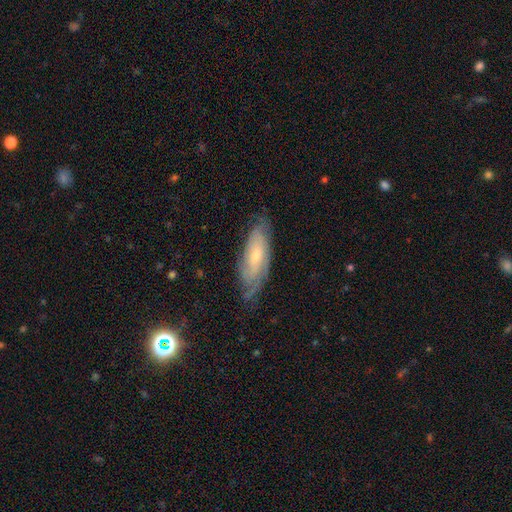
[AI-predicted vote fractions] Q: Smooth or featured?
A: featured or disk (63%); runner-up: smooth (30%)
Q: Edge-on disk?
A: no (79%); runner-up: yes (21%)
Q: Merging?
A: none (67%); runner-up: minor disturbance (25%)